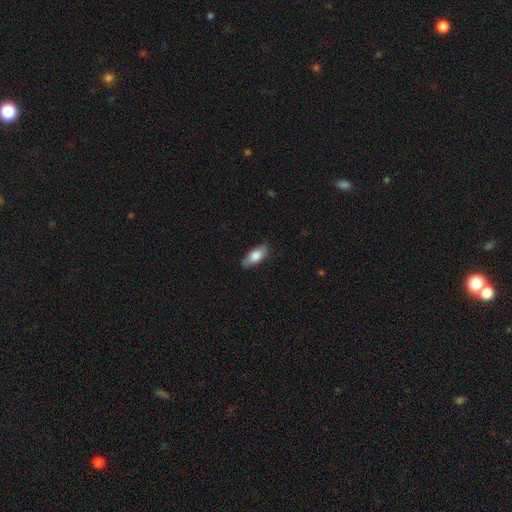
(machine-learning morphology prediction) Smooth or featured? Predicted: smooth (p=0.78). How rounded? Predicted: in between (p=0.80). Merging? Predicted: none (p=0.82).